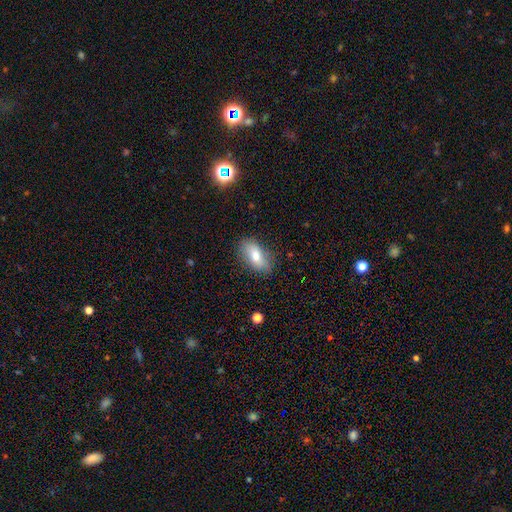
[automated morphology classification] type=smooth (72%); roundness=in between (89%); merging=none (81%).